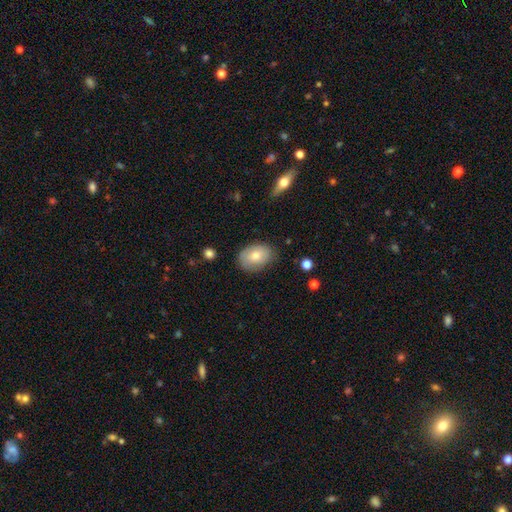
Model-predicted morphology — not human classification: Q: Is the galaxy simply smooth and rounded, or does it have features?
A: smooth — 75%.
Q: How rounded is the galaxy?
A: in between — 80%.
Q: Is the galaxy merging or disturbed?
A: none — 77%.